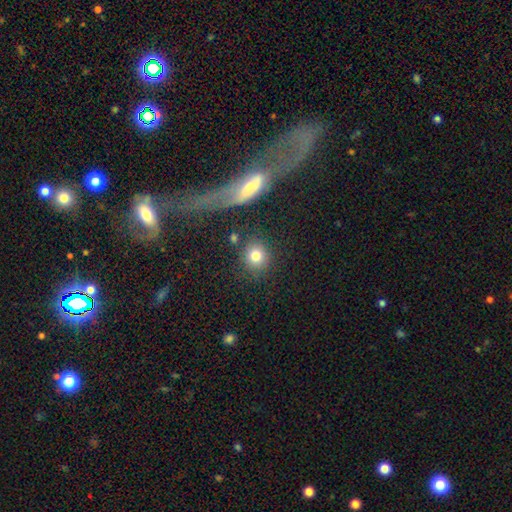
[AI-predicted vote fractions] A smooth galaxy with no disk features (80%) that is round (84%). Merging: none (81%).